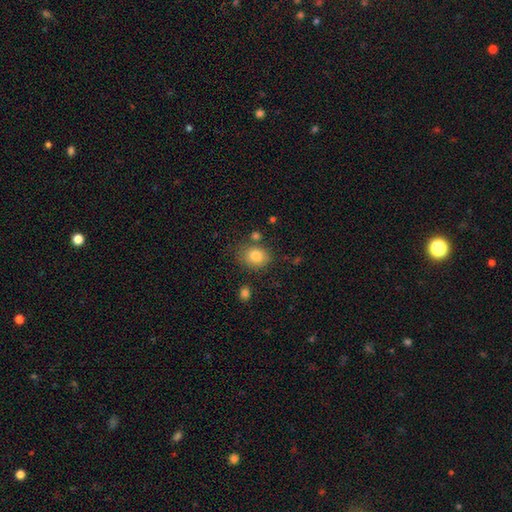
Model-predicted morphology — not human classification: Smooth or featured: smooth — 82% (star or artifact — 10%)
How rounded: round — 60% (in between — 40%)
Merging: none — 71% (minor disturbance — 16%)